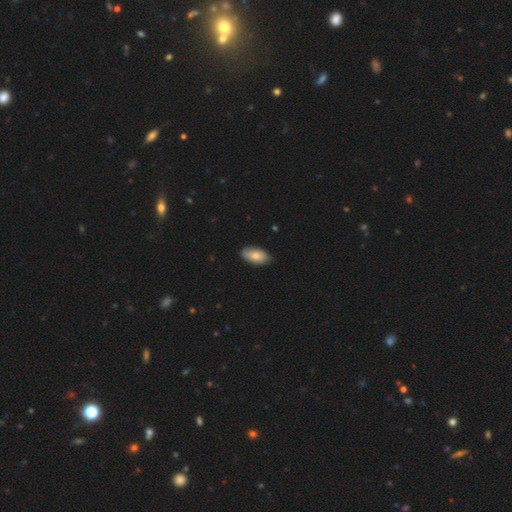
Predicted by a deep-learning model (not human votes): This appears to be a smooth galaxy with no disk features (78%) that is in between round and cigar-shaped (94%). Merging: none (84%).